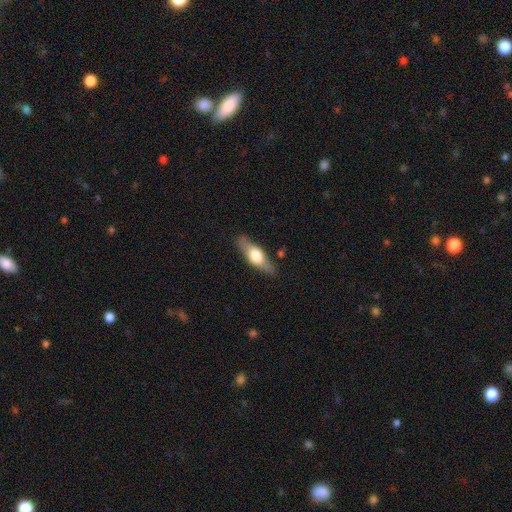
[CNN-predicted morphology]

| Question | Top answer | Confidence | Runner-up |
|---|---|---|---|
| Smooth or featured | featured or disk | 49% | smooth (46%) |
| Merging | none | 81% | minor disturbance (13%) |